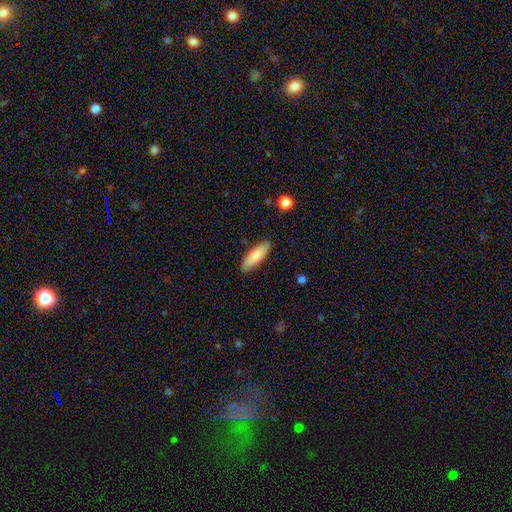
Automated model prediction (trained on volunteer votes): Smooth or featured? Predicted: smooth (p=0.79). How rounded? Predicted: in between (p=0.53). Merging? Predicted: none (p=0.85).